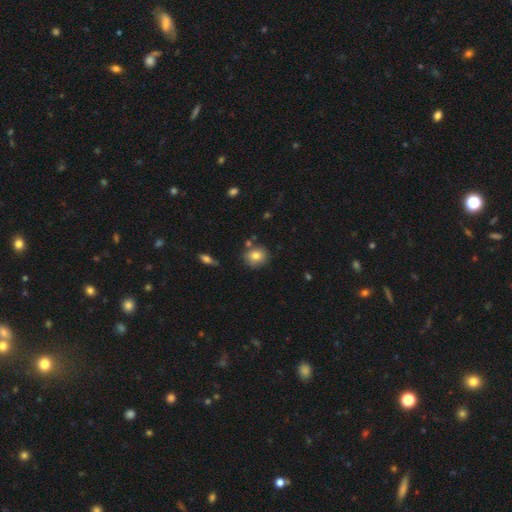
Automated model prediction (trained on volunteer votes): Morphology: type=smooth (80%); roundness=round (84%); merging=none (79%).